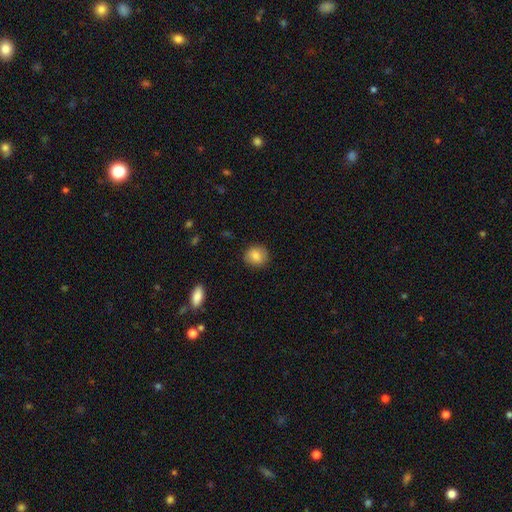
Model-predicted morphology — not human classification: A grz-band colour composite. It shows a smooth galaxy with no disk features (84%) that is round (82%). Merging: none (87%).